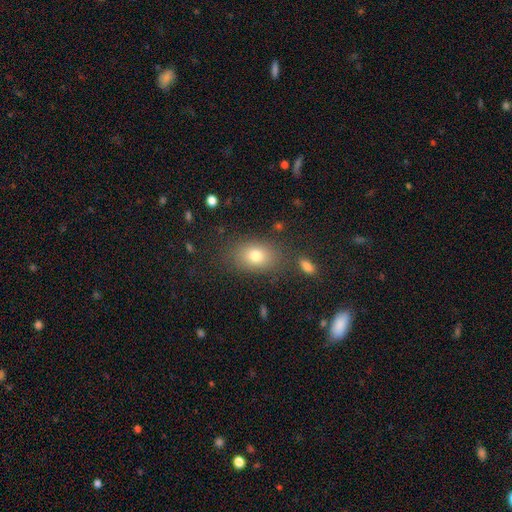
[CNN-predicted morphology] Smooth or featured? smooth (77%)
How rounded? in between (75%)
Merging? none (80%)